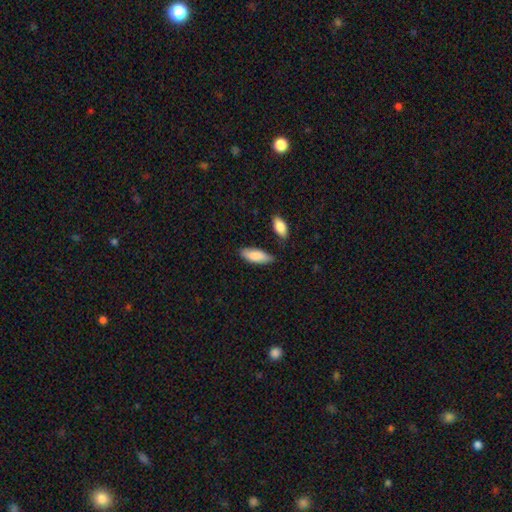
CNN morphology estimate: Overall: smooth (86%). How rounded: in between (71%). Merging: none (74%).